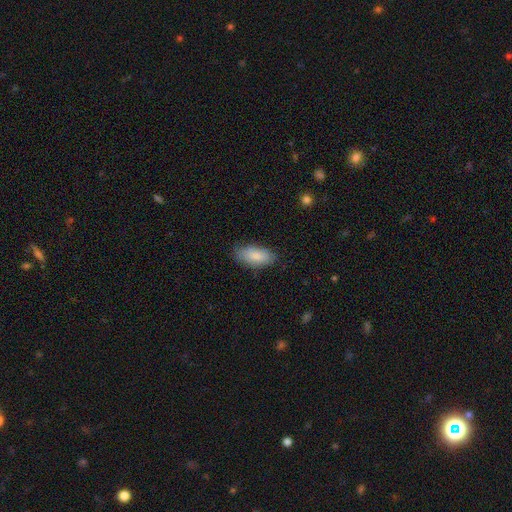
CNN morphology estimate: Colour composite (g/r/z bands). It shows a smooth galaxy with no disk features (85%) that is in between round and cigar-shaped (92%). Merging: none (78%).